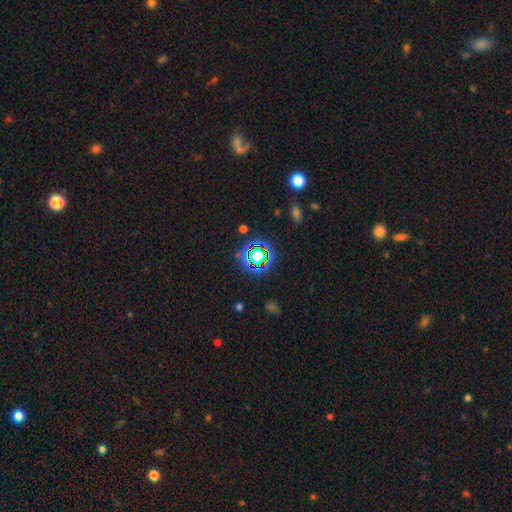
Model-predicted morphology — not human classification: A star or artifact, not a galaxy (63%).

Vote fractions:
- Smooth or featured? star or artifact: 63% / smooth: 25% / featured or disk: 12%